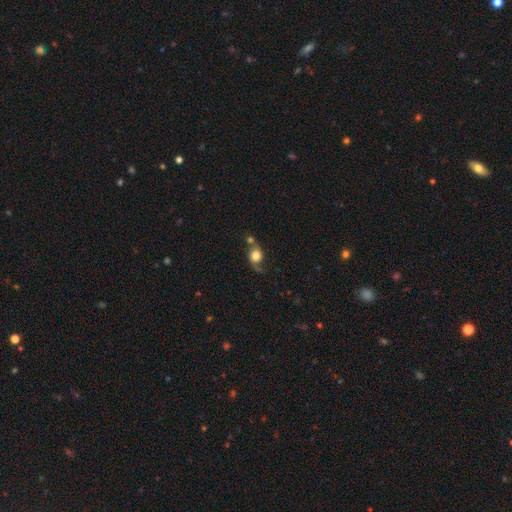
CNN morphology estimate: Overall: smooth (57%; featured or disk 33%). How rounded: round (71%). Merging: none (39%; merger 26%).